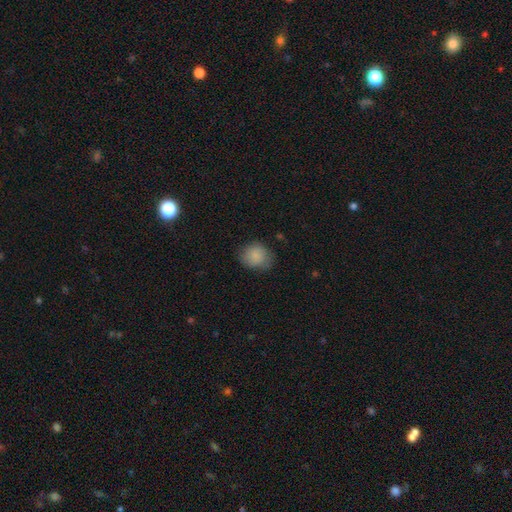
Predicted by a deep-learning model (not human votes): smooth_or_featured: smooth (p=0.85) [alt: star or artifact p=0.08]
how_rounded: round (p=0.72) [alt: in between p=0.27]
merging: none (p=0.71) [alt: minor disturbance p=0.22]